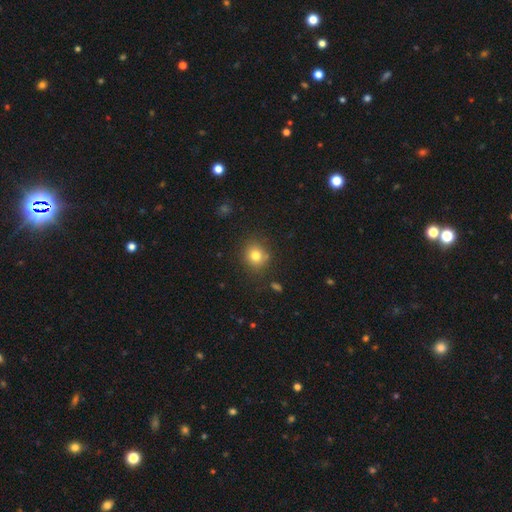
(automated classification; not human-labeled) Smooth or featured? smooth (79%)
How rounded? round (82%)
Merging? none (83%)